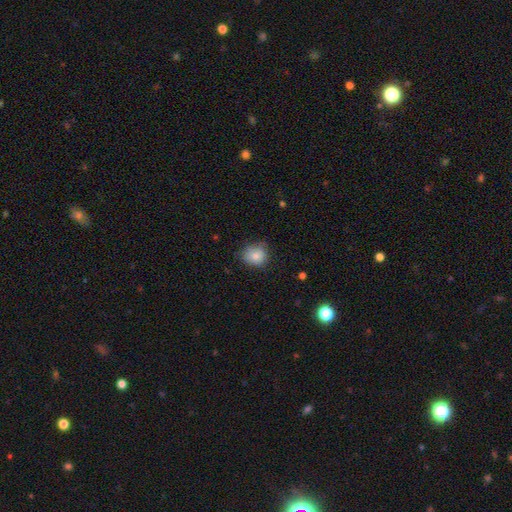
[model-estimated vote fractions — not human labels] smooth-or-featured: smooth: 83% | star or artifact: 9% | featured or disk: 8%
  how-rounded: round: 72% | in between: 27% | cigar-shaped: 1%
  merging: none: 72% | minor disturbance: 22% | major disturbance: 4% | merger: 1%